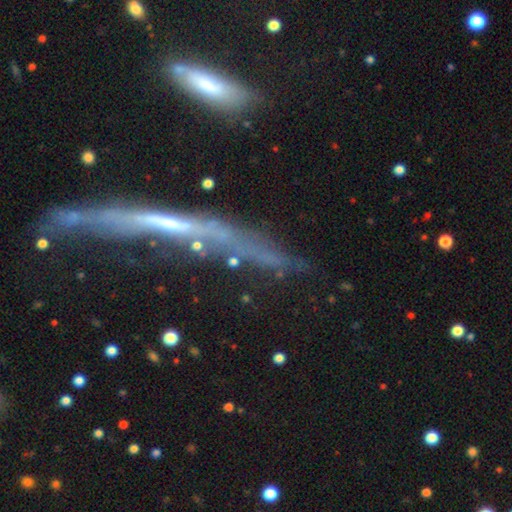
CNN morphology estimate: A featured or disk galaxy (58%) viewed edge-on (77%). Merging: none (63%).